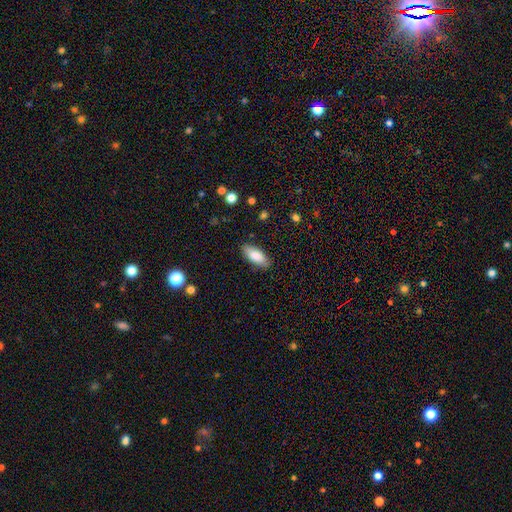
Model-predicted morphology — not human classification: The model was most divided on "how rounded": in between: 84%, cigar-shaped: 15%, round: 2%. More confident: merging — none (87%); smooth or featured — smooth (84%).